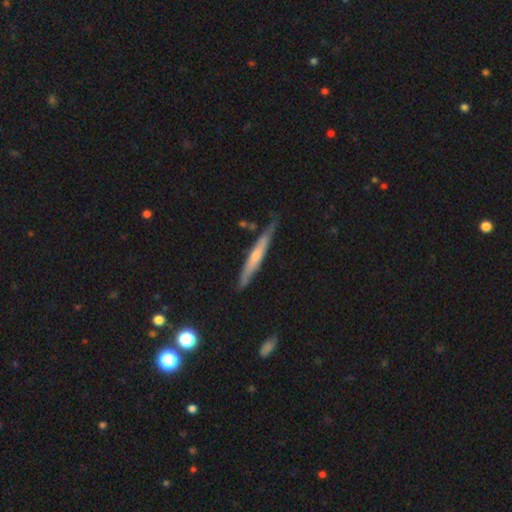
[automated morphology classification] Smooth or featured: featured or disk — 68% (smooth — 23%)
Edge-on disk: yes — 95% (no — 5%)
Edge-on bulge: rounded — 68% (none — 25%)
Merging: none — 81% (minor disturbance — 14%)